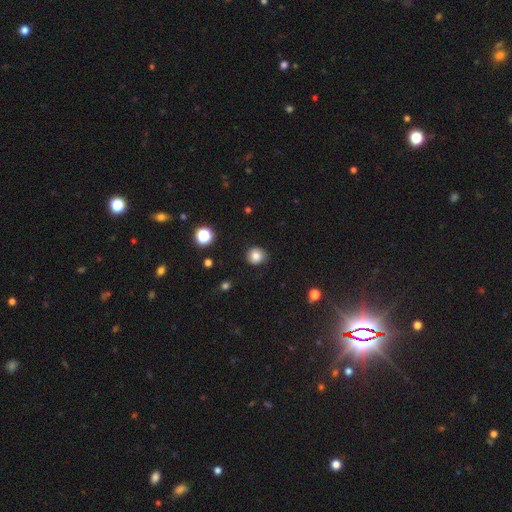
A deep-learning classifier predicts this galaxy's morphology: smooth 82%, star or artifact 11%, featured or disk 7%. Down the decision tree: how rounded — round (85%); merging — none (84%).